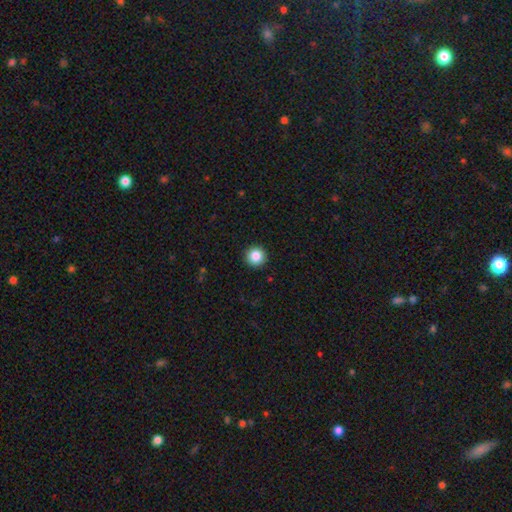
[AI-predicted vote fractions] smooth 86%, star or artifact 9%, featured or disk 4%. Down the decision tree: how rounded — round (96%); merging — none (93%).